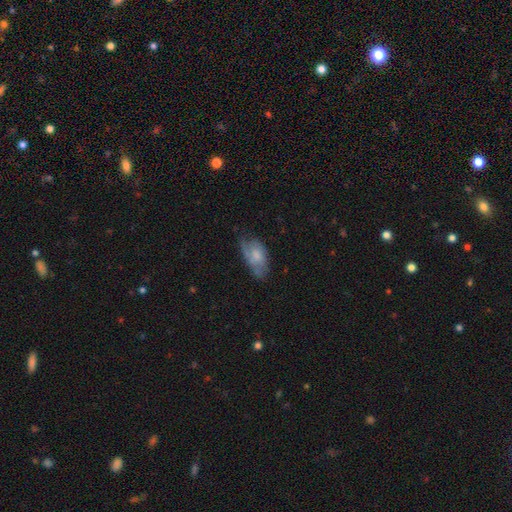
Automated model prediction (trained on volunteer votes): Smooth or featured: smooth — 56% (featured or disk — 37%)
How rounded: in between — 92% (round — 5%)
Merging: none — 47% (minor disturbance — 35%)